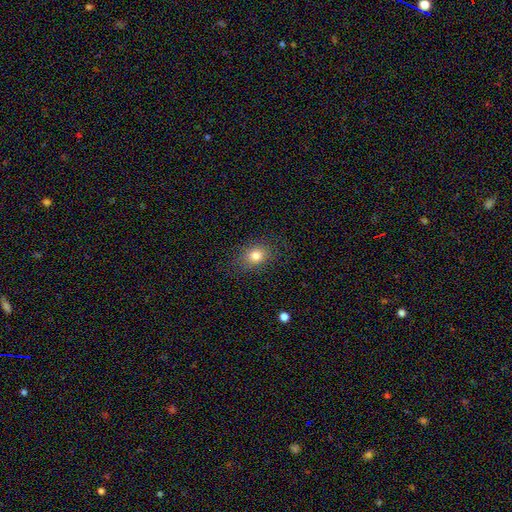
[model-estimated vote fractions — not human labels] This appears to be a smooth galaxy with no disk features (80%) that is in between round and cigar-shaped (58%). Merging: none (81%).